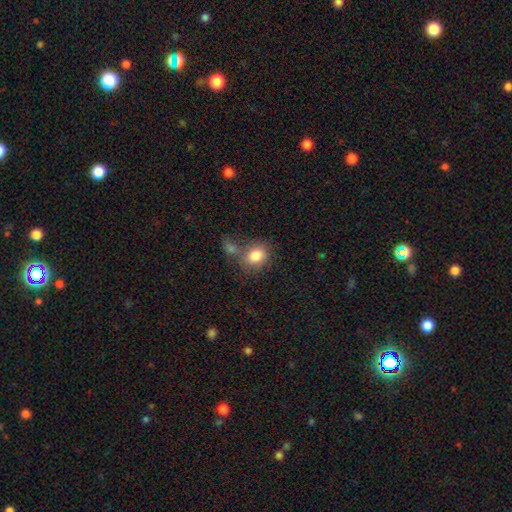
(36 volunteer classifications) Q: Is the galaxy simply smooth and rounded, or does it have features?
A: smooth — 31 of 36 (86%).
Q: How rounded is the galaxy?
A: in between — 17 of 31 (55%).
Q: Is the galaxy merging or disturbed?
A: none — 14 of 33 (42%).